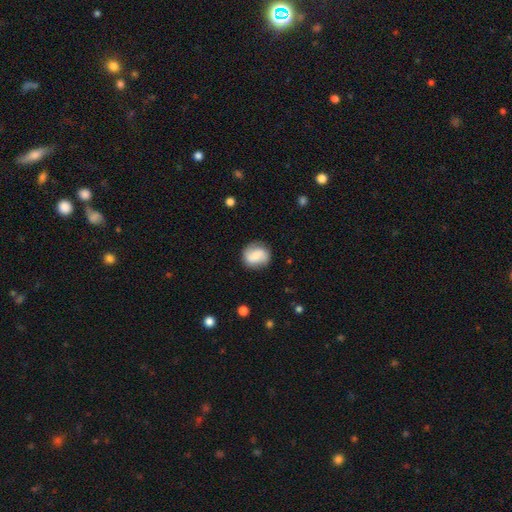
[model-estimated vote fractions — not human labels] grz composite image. It shows a smooth galaxy with no disk features (59%) that is round (77%). Merging: none (81%).